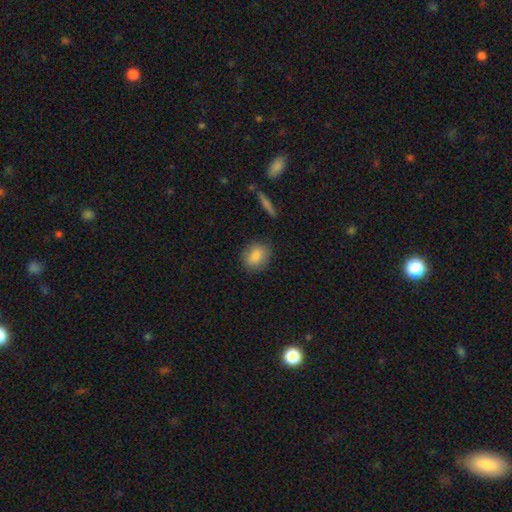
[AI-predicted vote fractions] Q: Smooth or featured?
A: smooth (84%); runner-up: star or artifact (8%)
Q: How rounded?
A: round (65%); runner-up: in between (33%)
Q: Merging?
A: none (85%); runner-up: minor disturbance (11%)